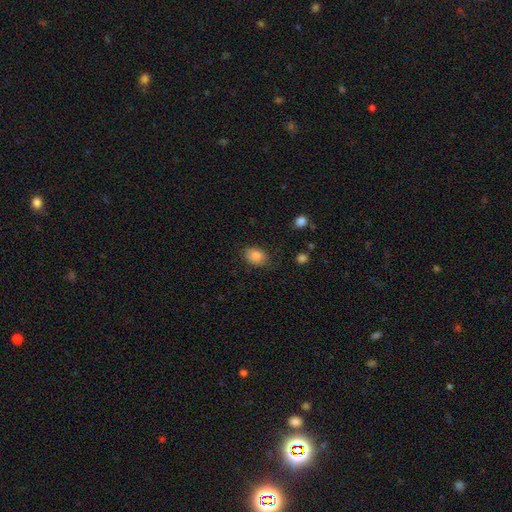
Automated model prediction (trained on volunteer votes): This is clearly a smooth galaxy (86%). How rounded: likely in between (72%). Merging: likely none (79%).